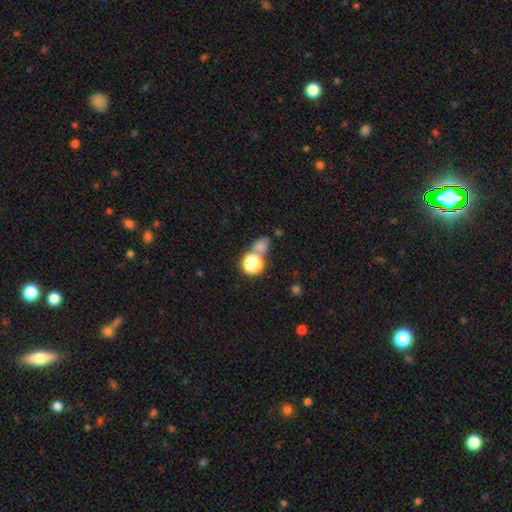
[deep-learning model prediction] Overall: star or artifact (49%; smooth 40%).